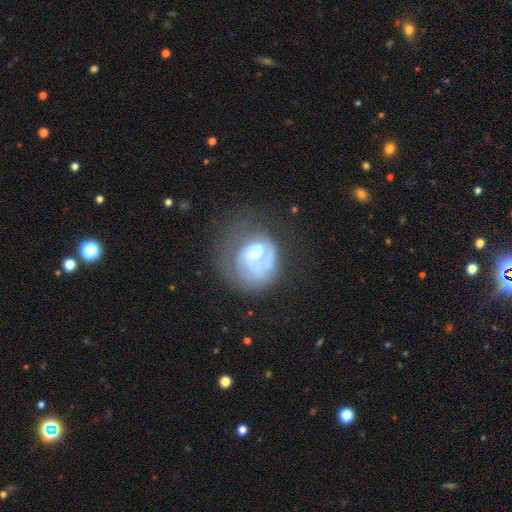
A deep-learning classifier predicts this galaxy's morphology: This appears to be a featured or disk galaxy (72%) with no bar (57%), 1 (53%) tight (54%) spiral arms (79%) and a moderate central bulge (42%). Merging: none (45%).